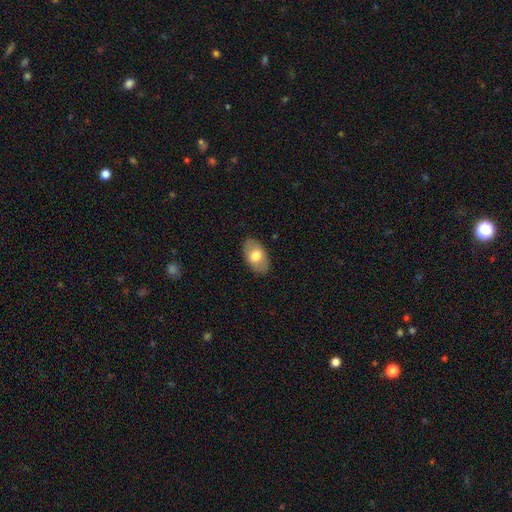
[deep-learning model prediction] Morphology: type=smooth (68%); roundness=in between (92%); merging=none (85%).